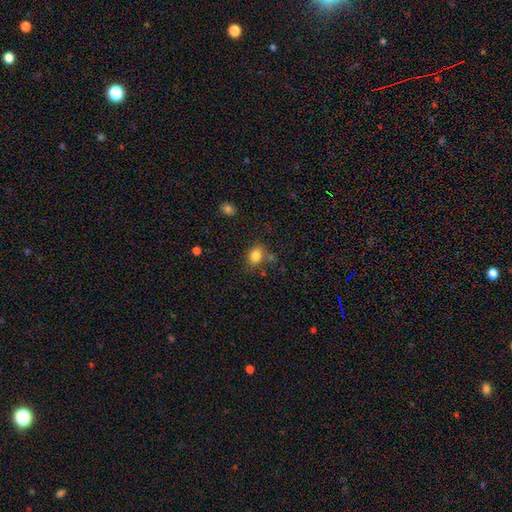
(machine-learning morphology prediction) smooth 83%, star or artifact 11%, featured or disk 6%. Down the decision tree: how rounded — round (52%); merging — none (70%).